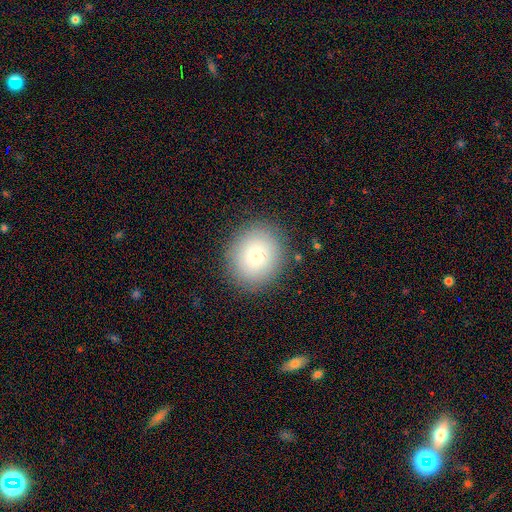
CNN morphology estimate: Smooth or featured?
  - smooth: 73% *
  - featured or disk: 15%
  - star or artifact: 12%
How rounded?
  - round: 78% *
  - in between: 21%
  - cigar-shaped: 1%
Merging?
  - none: 87% *
  - minor disturbance: 9%
  - major disturbance: 3%
  - merger: 1%